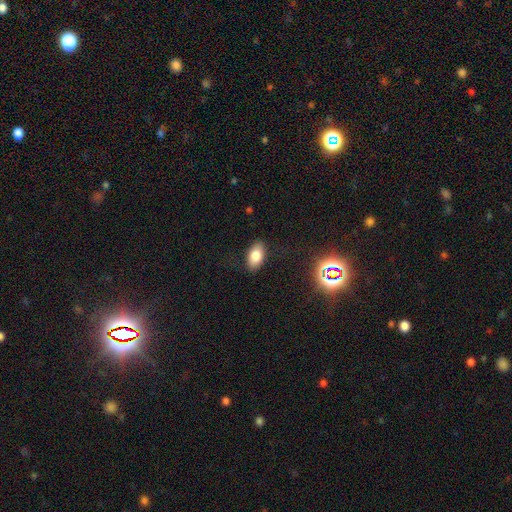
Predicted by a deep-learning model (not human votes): A smooth galaxy with no disk features (80%) that is in between round and cigar-shaped (92%).

Vote fractions:
- Smooth or featured? smooth: 80% / featured or disk: 10% / star or artifact: 10%
- How rounded? in between: 92% / round: 5% / cigar-shaped: 3%
- Merging? none: 86% / minor disturbance: 10% / major disturbance: 3% / merger: 1%